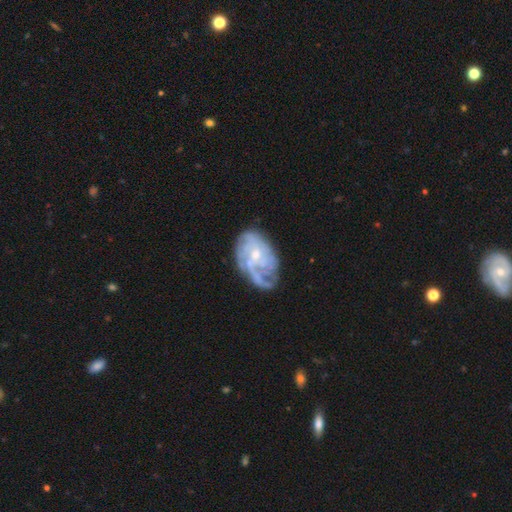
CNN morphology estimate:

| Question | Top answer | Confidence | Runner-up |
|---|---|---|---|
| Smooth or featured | featured or disk | 79% | smooth (14%) |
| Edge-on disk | no | 97% | yes (3%) |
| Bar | no | 73% | weak (23%) |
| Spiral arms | yes | 86% | no (14%) |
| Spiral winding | tight | 54% | medium (32%) |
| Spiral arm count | can't tell | 47% | 3 (15%) |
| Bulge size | small | 55% | moderate (39%) |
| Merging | none | 55% | minor disturbance (26%) |